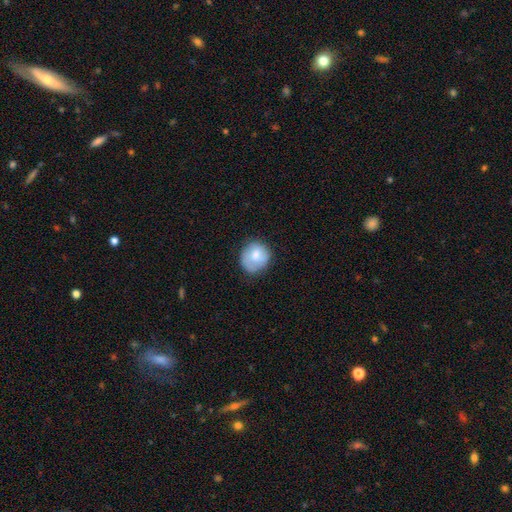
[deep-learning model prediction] Overall: smooth (74%). How rounded: round (81%). Merging: none (67%).